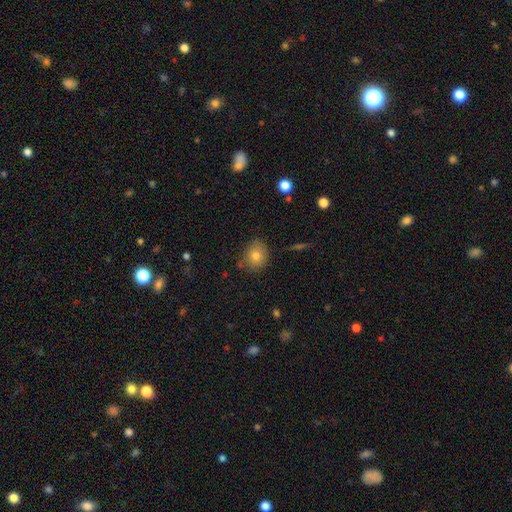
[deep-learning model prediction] This appears to be a smooth galaxy with no disk features (77%) that is round (66%). Merging: none (79%).